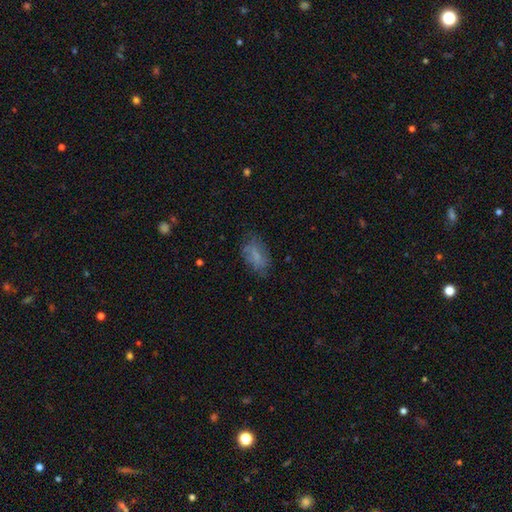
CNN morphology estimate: This is likely a smooth galaxy (66%). How rounded: clearly in between (89%). Merging: likely none (63%).